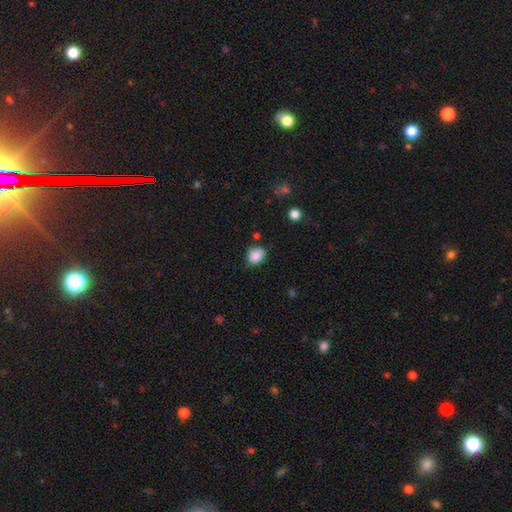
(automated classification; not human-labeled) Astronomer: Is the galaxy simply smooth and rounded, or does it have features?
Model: smooth — 86%.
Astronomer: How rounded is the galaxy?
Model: round — 57% (runner-up: in between, 42%).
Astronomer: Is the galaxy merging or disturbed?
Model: none — 72%.